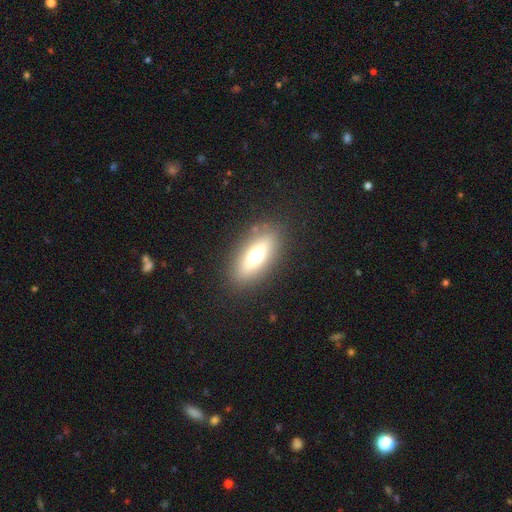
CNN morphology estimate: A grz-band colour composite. It shows a smooth galaxy with no disk features (60%) that is in between round and cigar-shaped (67%). Merging: none (86%).